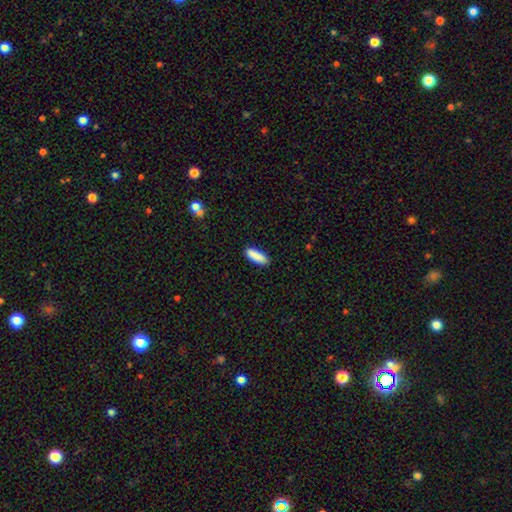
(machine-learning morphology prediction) Overall: smooth (89%). How rounded: in between (55%; cigar-shaped 43%). Merging: none (88%).